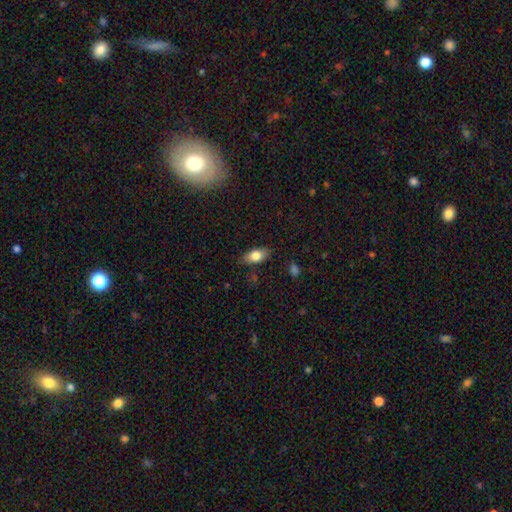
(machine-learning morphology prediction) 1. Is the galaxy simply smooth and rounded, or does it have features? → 77% smooth, 16% featured or disk, 8% star or artifact.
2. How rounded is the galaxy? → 86% in between, 9% cigar-shaped, 5% round.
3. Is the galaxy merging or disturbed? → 82% none, 14% minor disturbance, 3% major disturbance, 1% merger.